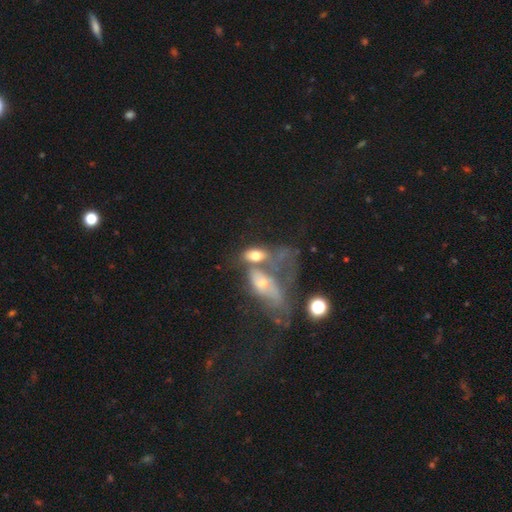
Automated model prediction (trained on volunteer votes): smooth-or-featured: smooth: 61% | featured or disk: 30% | star or artifact: 9%
  how-rounded: in between: 87% | round: 7% | cigar-shaped: 6%
  merging: merger: 50% | none: 22% | major disturbance: 15% | minor disturbance: 13%